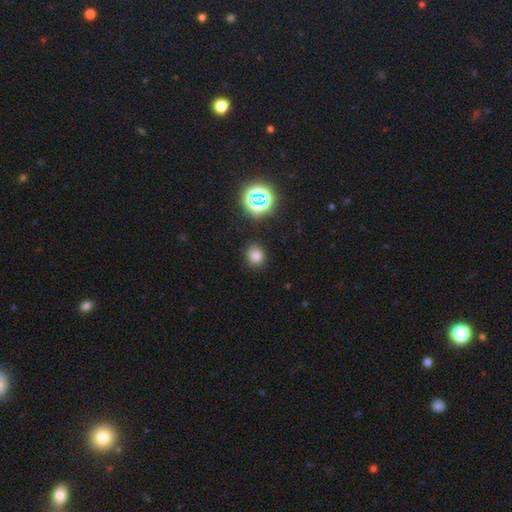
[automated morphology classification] A smooth galaxy with no disk features (76%) that is round (74%). Merging: none (86%).